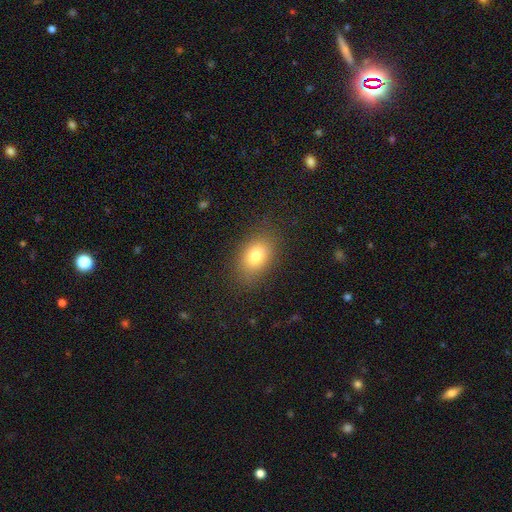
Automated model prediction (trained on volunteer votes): Morphology: type=smooth (79%); roundness=in between (81%); merging=none (84%).